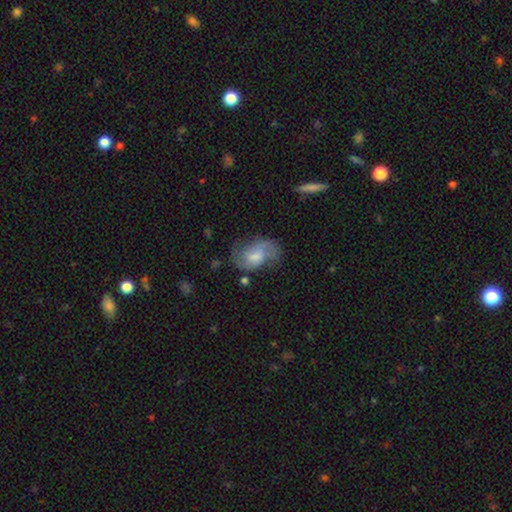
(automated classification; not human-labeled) Q: Smooth or featured?
A: featured or disk (68%); runner-up: smooth (25%)
Q: Edge-on disk?
A: no (97%); runner-up: yes (3%)
Q: Bar?
A: weak (51%); runner-up: no (39%)
Q: Spiral arms?
A: yes (91%); runner-up: no (9%)
Q: Spiral winding?
A: medium (48%); runner-up: loose (34%)
Q: Spiral arm count?
A: 2 (85%); runner-up: can't tell (7%)
Q: Bulge size?
A: moderate (35%); runner-up: small (31%)
Q: Merging?
A: none (58%); runner-up: minor disturbance (24%)